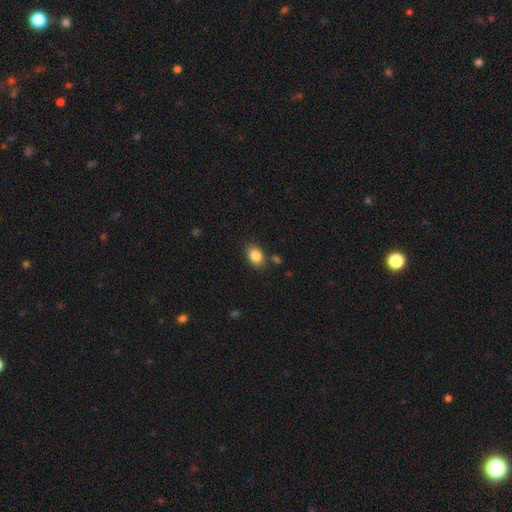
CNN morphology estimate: Overall: smooth (85%). How rounded: in between (70%). Merging: none (81%).